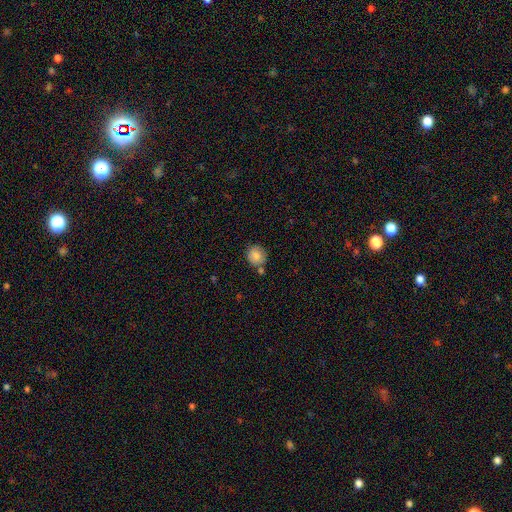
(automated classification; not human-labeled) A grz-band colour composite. It shows a smooth galaxy with no disk features (83%) that is round (87%). Merging: none (72%).